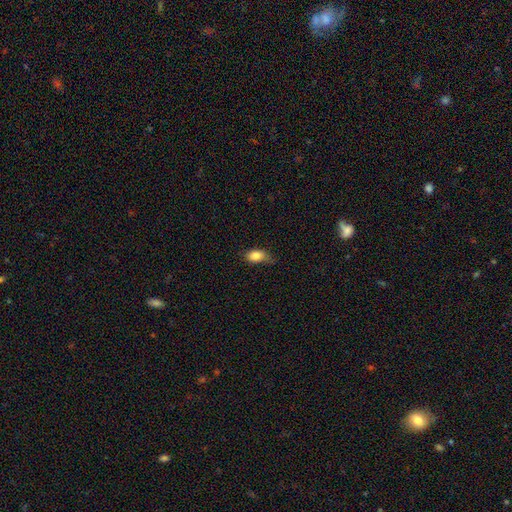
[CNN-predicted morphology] smooth 84%, star or artifact 8%, featured or disk 7%. Down the decision tree: how rounded — in between (85%); merging — none (44%).